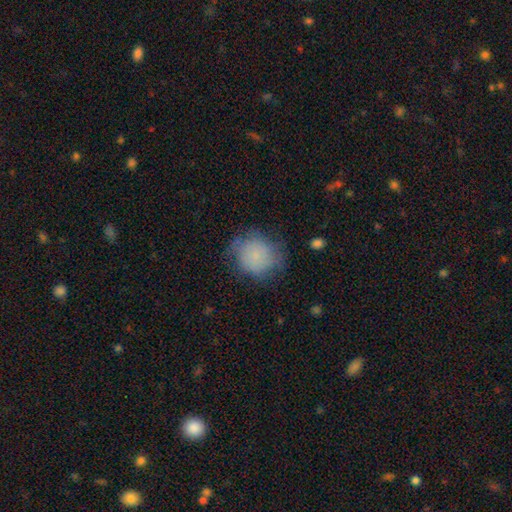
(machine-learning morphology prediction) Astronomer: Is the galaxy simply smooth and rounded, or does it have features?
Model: smooth — 76%.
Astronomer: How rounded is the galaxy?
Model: round — 82%.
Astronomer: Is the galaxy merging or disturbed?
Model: none — 63%.